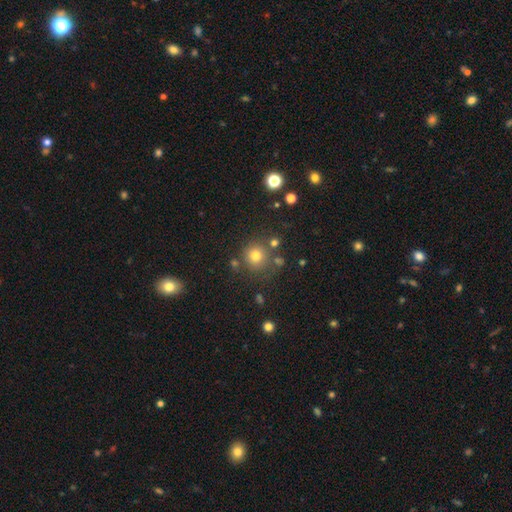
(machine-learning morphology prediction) Q: Smooth or featured?
A: smooth (75%); runner-up: star or artifact (17%)
Q: How rounded?
A: round (93%); runner-up: in between (6%)
Q: Merging?
A: none (78%); runner-up: minor disturbance (10%)